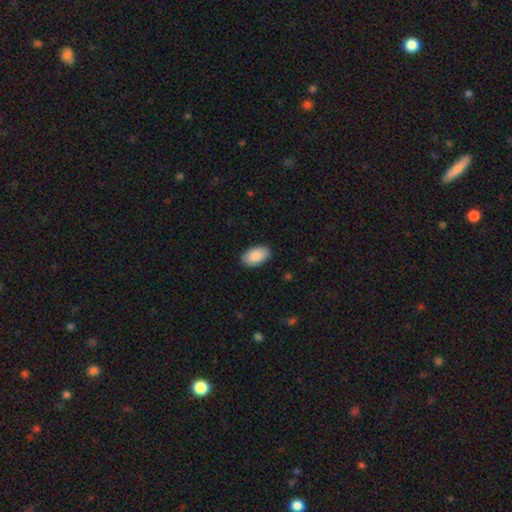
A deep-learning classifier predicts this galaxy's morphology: Smooth or featured? smooth (90%)
How rounded? in between (95%)
Merging? none (89%)